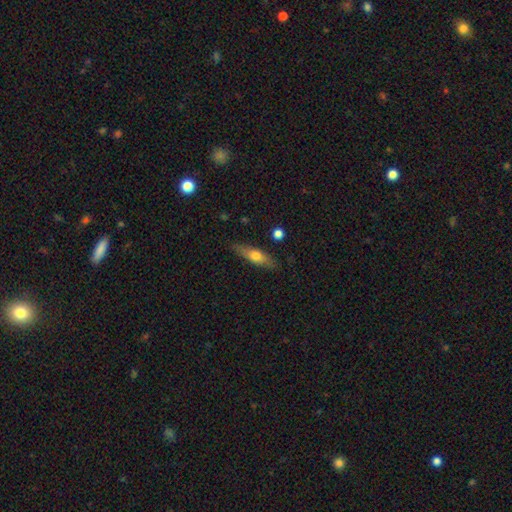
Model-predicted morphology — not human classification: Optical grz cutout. It shows a smooth galaxy with no disk features (56%) that is cigar-shaped (57%). Merging: none (84%).